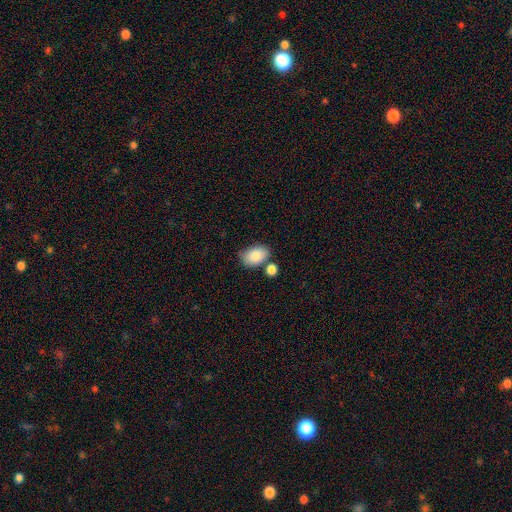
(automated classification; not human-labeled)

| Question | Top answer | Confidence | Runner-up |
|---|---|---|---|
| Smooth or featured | smooth | 84% | featured or disk (9%) |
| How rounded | in between | 88% | round (10%) |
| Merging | none | 66% | minor disturbance (16%) |